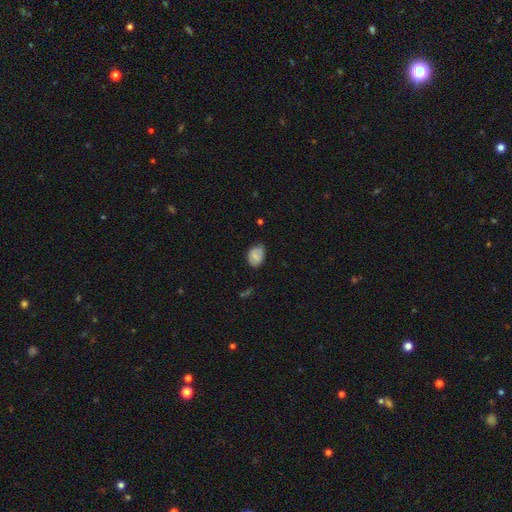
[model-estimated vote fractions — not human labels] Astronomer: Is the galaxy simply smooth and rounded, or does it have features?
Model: smooth — 72%.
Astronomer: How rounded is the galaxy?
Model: in between — 69%.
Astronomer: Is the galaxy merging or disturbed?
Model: none — 64%.